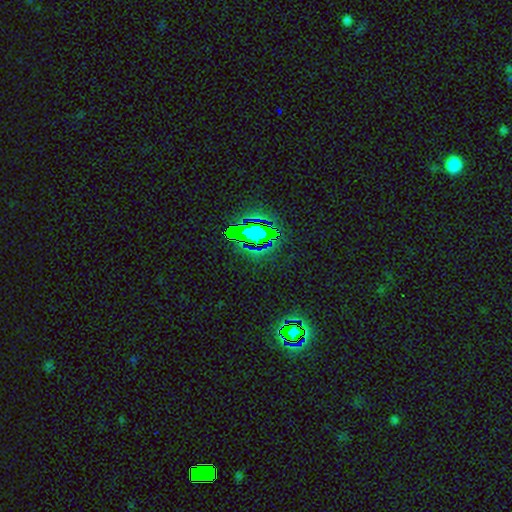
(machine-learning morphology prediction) Q: Smooth or featured?
A: star or artifact (72%); runner-up: smooth (15%)